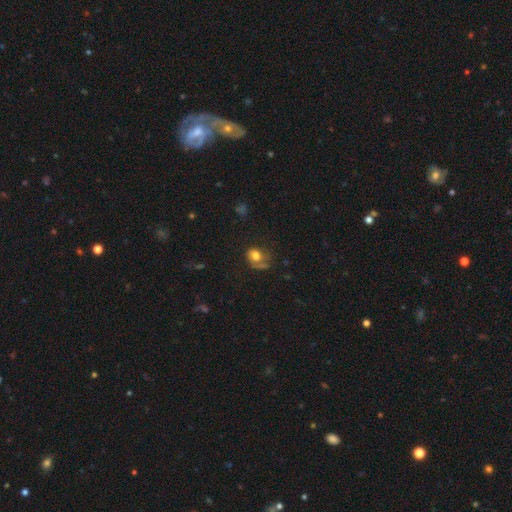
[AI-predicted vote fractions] Q: Smooth or featured?
A: smooth (71%); runner-up: featured or disk (17%)
Q: How rounded?
A: round (53%); runner-up: in between (46%)
Q: Merging?
A: none (44%); runner-up: minor disturbance (24%)